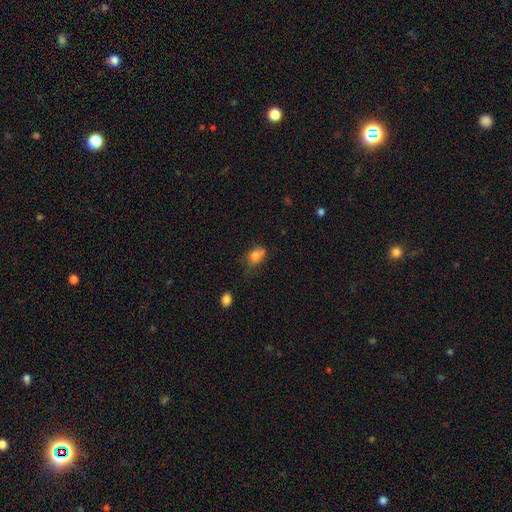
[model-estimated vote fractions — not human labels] Smooth or featured? Predicted: smooth (p=0.78). How rounded? Predicted: in between (p=0.52). Merging? Predicted: none (p=0.44).